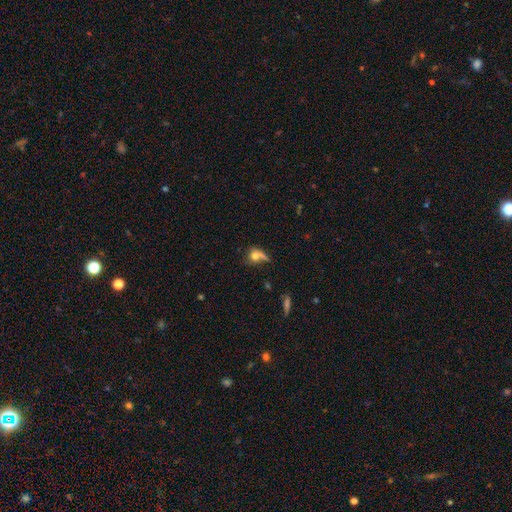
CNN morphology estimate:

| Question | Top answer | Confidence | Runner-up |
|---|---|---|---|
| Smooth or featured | smooth | 67% | featured or disk (20%) |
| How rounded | round | 63% | in between (31%) |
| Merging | none | 38% | merger (24%) |